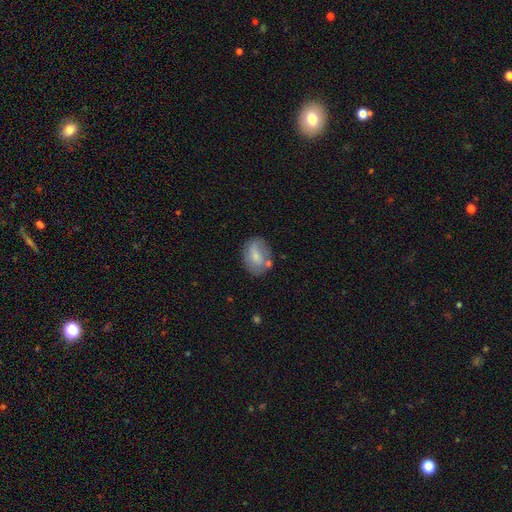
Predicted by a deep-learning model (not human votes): smooth-or-featured: smooth: 67% | featured or disk: 26% | star or artifact: 7%
  how-rounded: in between: 73% | round: 25% | cigar-shaped: 2%
  merging: none: 62% | minor disturbance: 22% | merger: 8% | major disturbance: 7%